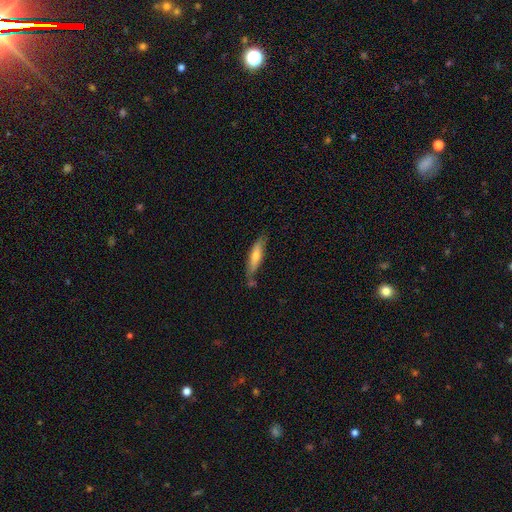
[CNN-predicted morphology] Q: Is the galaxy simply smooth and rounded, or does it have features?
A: smooth — 56%.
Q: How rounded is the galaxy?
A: cigar-shaped — 80%.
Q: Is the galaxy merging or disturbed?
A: none — 71%.